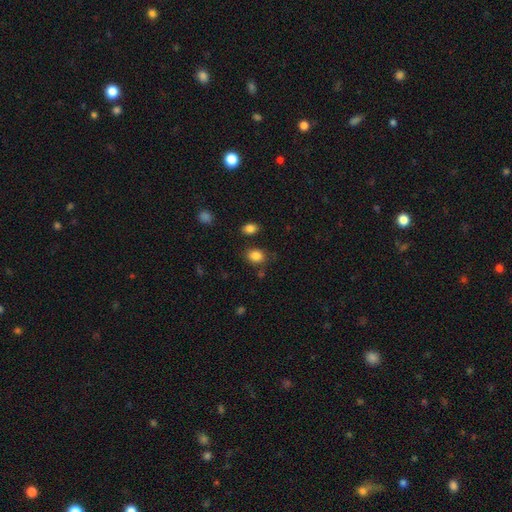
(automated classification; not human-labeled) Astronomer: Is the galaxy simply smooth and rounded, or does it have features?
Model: smooth — 85%.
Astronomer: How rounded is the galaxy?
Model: in between — 59% (runner-up: round, 40%).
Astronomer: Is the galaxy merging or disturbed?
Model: none — 76%.